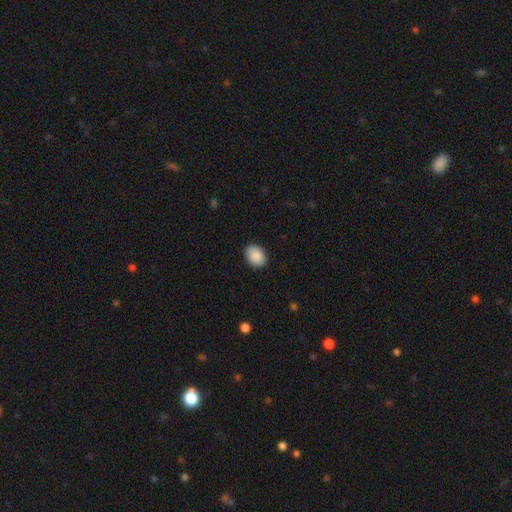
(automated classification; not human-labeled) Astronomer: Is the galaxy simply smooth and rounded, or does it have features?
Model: smooth — 90%.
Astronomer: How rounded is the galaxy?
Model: in between — 75%.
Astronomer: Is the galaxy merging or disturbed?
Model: none — 87%.